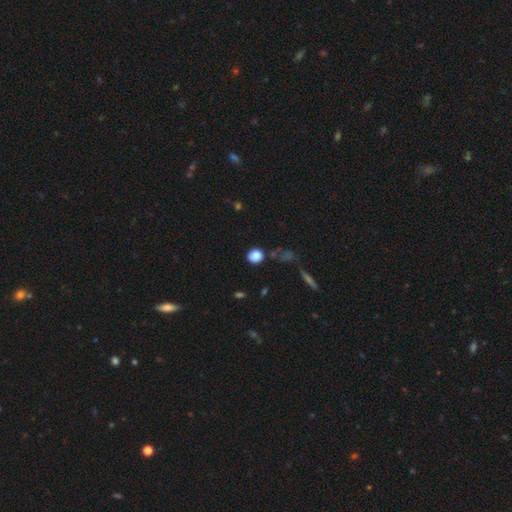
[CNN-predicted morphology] This is clearly a smooth galaxy (85%). How rounded: likely round (72%). Merging: clearly none (80%).